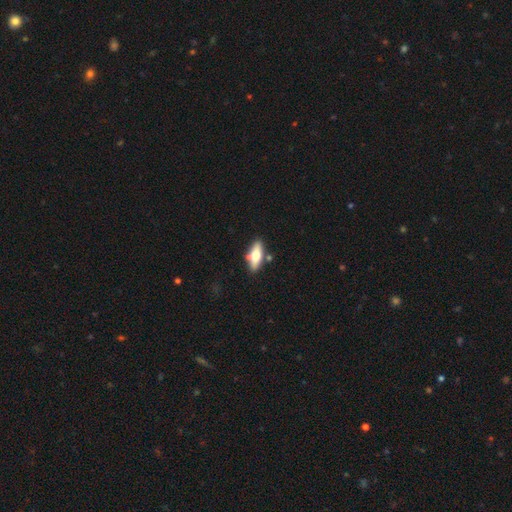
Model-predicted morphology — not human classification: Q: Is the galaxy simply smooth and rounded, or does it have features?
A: smooth — 58%.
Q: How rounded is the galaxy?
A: in between — 67%.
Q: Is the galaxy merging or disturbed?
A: none — 78%.